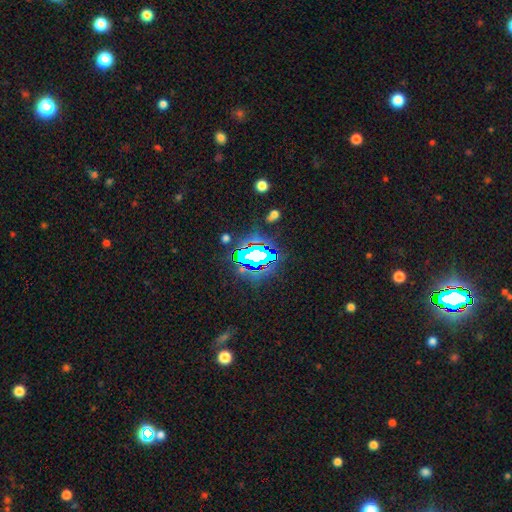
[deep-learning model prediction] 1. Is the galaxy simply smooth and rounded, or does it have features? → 70% star or artifact, 17% smooth, 13% featured or disk.